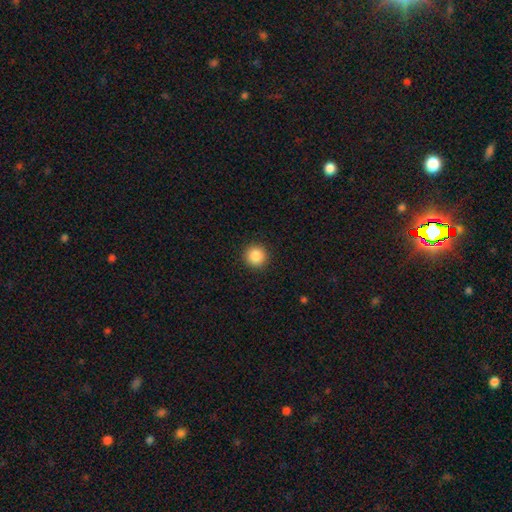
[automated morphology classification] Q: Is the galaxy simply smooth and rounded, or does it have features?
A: smooth — 86%.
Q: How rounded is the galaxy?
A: round — 95%.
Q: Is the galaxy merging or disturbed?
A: none — 93%.